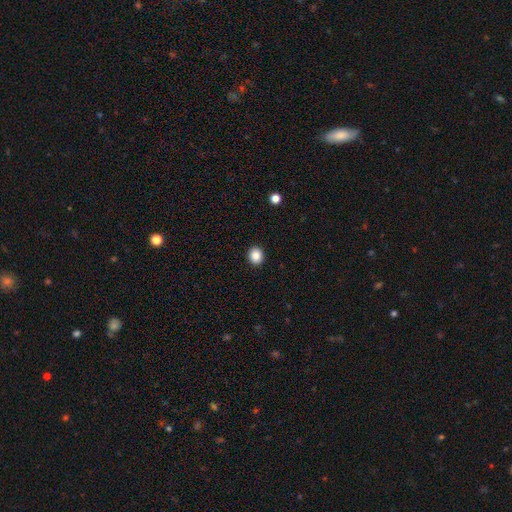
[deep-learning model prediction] Smooth or featured? Predicted: smooth (p=0.87). How rounded? Predicted: round (p=0.77). Merging? Predicted: none (p=0.92).